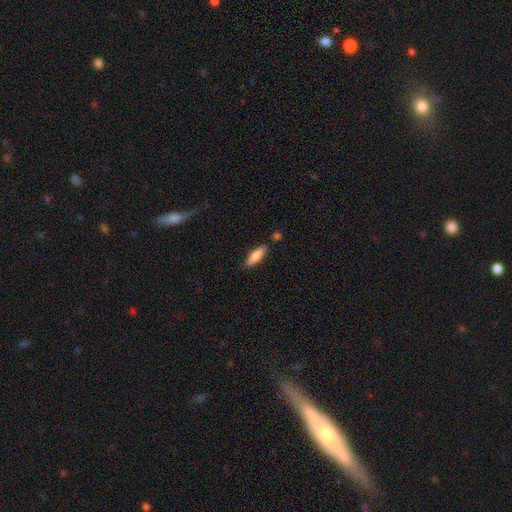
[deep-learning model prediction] The model was most divided on "how rounded": cigar-shaped: 63%, in between: 35%, round: 2%. More confident: merging — none (82%); smooth or featured — smooth (74%).